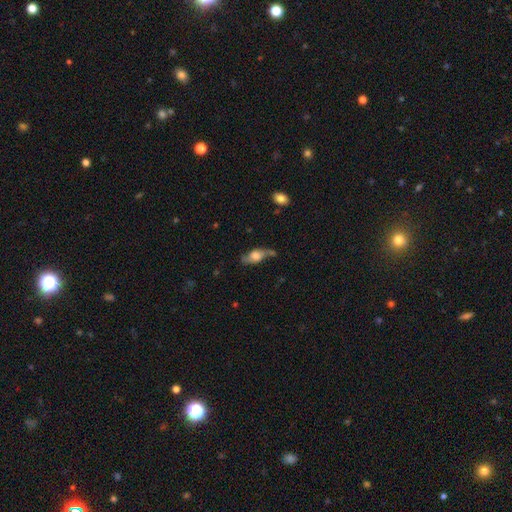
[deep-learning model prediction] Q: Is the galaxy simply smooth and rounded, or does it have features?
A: featured or disk — 49%.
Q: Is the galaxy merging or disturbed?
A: none — 54%.